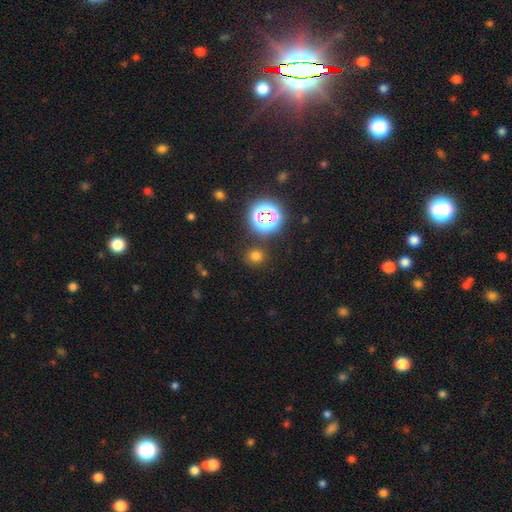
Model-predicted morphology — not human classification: This appears to be a smooth galaxy with no disk features (68%) that is round (87%). Merging: none (85%).